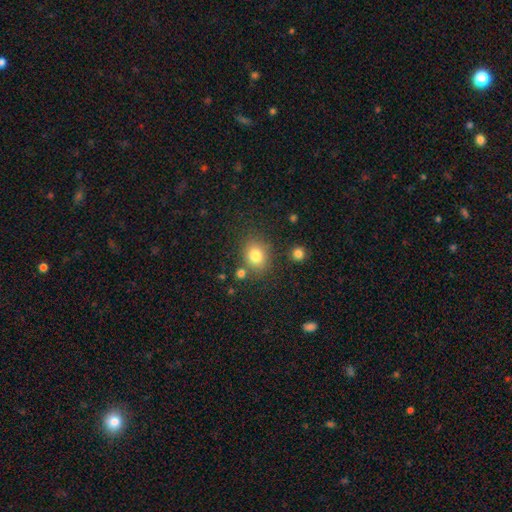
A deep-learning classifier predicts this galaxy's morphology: Smooth or featured? smooth (80%)
How rounded? round (58%)
Merging? none (75%)